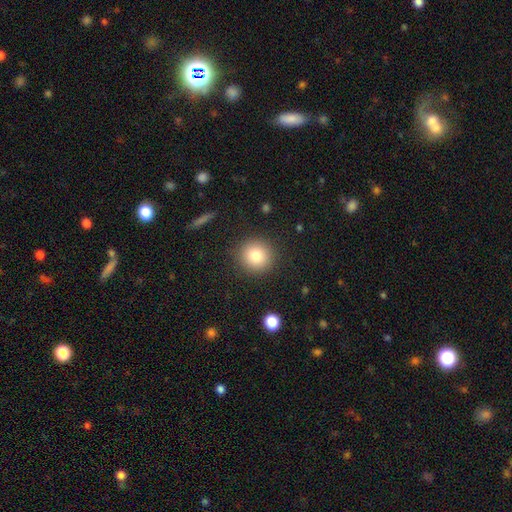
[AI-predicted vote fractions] Smooth or featured?
  - smooth: 80% *
  - star or artifact: 11%
  - featured or disk: 9%
How rounded?
  - round: 92% *
  - in between: 8%
  - cigar-shaped: 1%
Merging?
  - none: 89% *
  - minor disturbance: 7%
  - major disturbance: 3%
  - merger: 1%